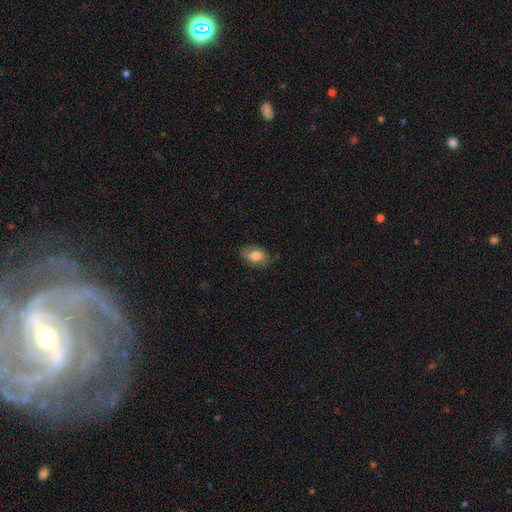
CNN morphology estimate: Smooth or featured?
  - smooth: 73% *
  - featured or disk: 20%
  - star or artifact: 8%
How rounded?
  - in between: 85% *
  - round: 14%
  - cigar-shaped: 1%
Merging?
  - none: 77% *
  - minor disturbance: 18%
  - major disturbance: 4%
  - merger: 1%